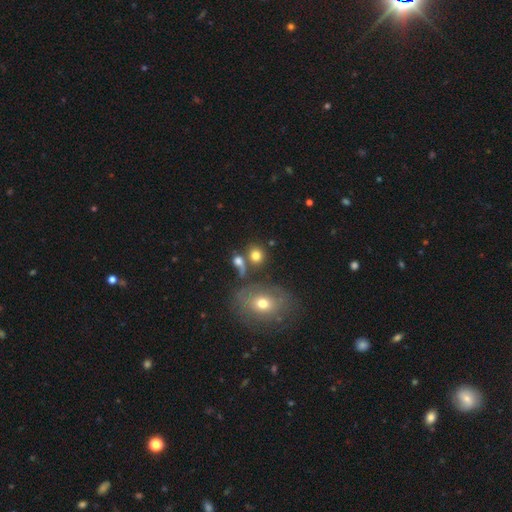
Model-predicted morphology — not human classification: This is likely a smooth galaxy (76%). How rounded: likely round (79%). Merging: possibly none (59%).